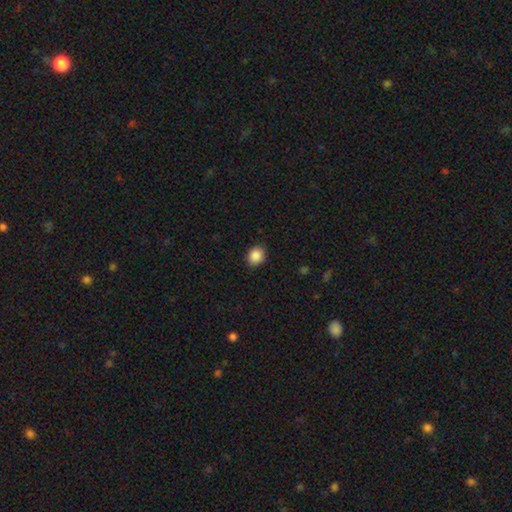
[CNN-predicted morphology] Smooth or featured? smooth (88%)
How rounded? round (61%)
Merging? none (88%)